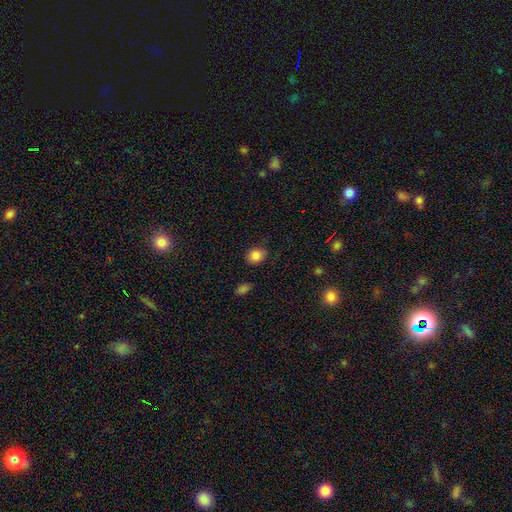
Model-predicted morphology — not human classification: smooth_or_featured: smooth (p=0.85) [alt: star or artifact p=0.10]
how_rounded: round (p=0.59) [alt: in between p=0.40]
merging: none (p=0.82) [alt: minor disturbance p=0.13]